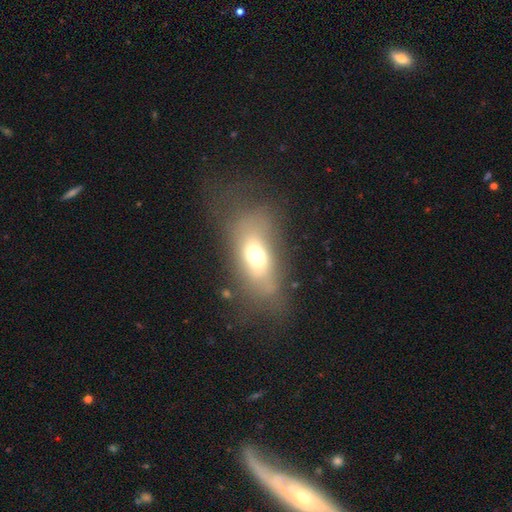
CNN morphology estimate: smooth-or-featured: smooth: 60% | featured or disk: 26% | star or artifact: 14%
  how-rounded: in between: 79% | round: 13% | cigar-shaped: 8%
  merging: none: 57% | major disturbance: 22% | minor disturbance: 19% | merger: 2%